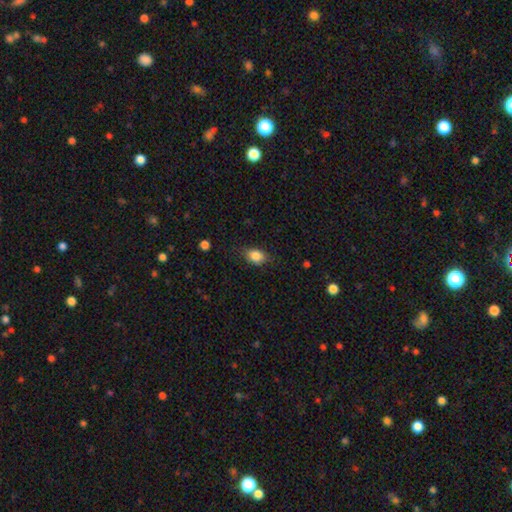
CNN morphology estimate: type=smooth (85%); roundness=in between (70%); merging=none (77%).